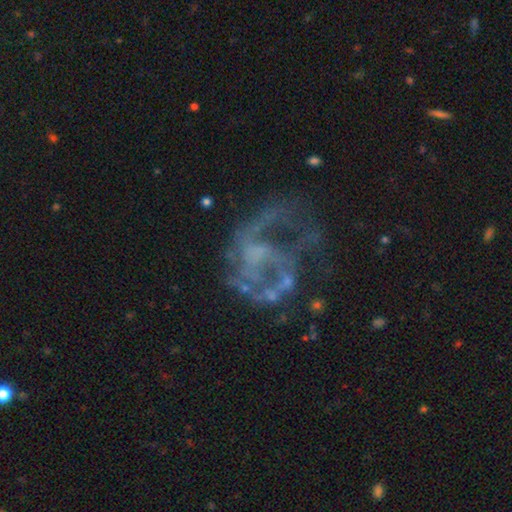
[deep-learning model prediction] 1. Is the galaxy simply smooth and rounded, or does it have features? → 78% featured or disk, 12% star or artifact, 10% smooth.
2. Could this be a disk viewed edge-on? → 98% no, 2% yes.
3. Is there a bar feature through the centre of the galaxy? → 65% no, 27% weak, 8% strong.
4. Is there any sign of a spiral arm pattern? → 64% yes, 36% no.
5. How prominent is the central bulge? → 64% none, 20% small, 13% moderate, 2% large, 1% dominant.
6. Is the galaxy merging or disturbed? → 41% none, 37% major disturbance, 16% minor disturbance, 6% merger.